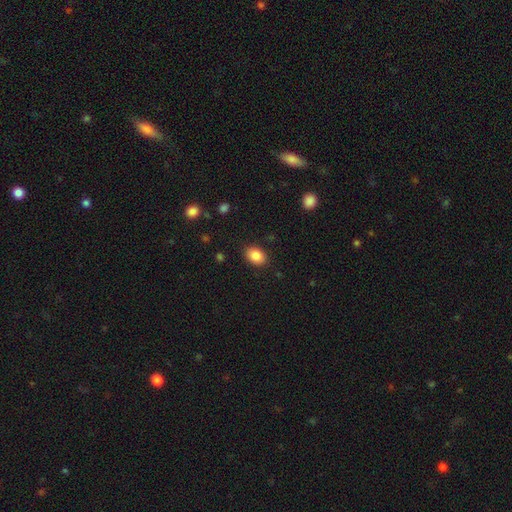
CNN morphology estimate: Smooth or featured? smooth (86%)
How rounded? in between (78%)
Merging? none (88%)